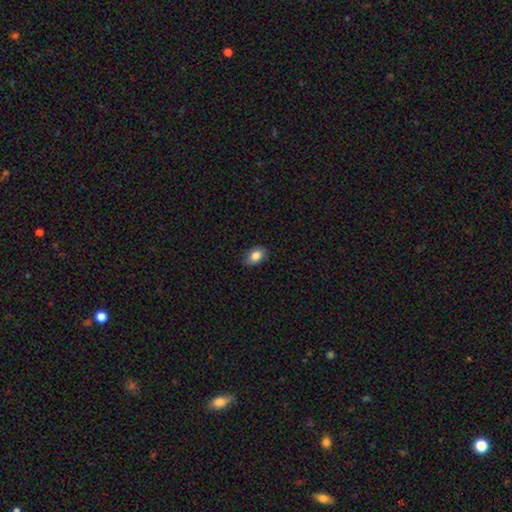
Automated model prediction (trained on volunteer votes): Smooth or featured: smooth — 85% (star or artifact — 8%)
How rounded: in between — 85% (round — 14%)
Merging: none — 86% (minor disturbance — 11%)